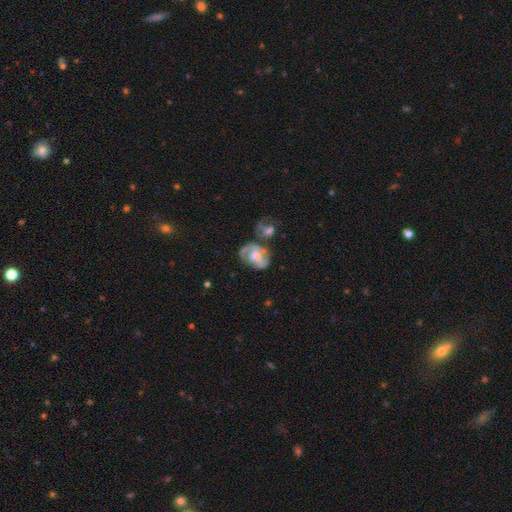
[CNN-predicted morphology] Overall: featured or disk (75%). Edge-on disk: no (97%). Bar: no (53%; weak 36%). Spiral arms: yes (82%). Spiral arm count: 2 (66%). Spiral winding: medium (48%; tight 28%). Bulge size: moderate (54%; large 19%). Merging: none (37%; merger 28%).